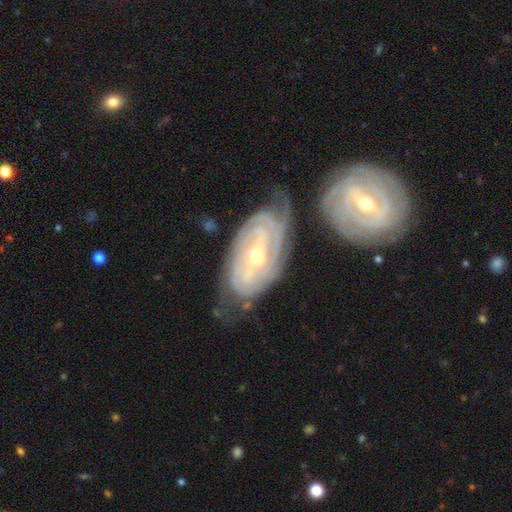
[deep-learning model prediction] Smooth or featured? Predicted: featured or disk (p=0.86). Edge-on disk? Predicted: no (p=0.94). Bar? Predicted: weak (p=0.40). Spiral arms? Predicted: yes (p=0.95). Spiral winding? Predicted: tight (p=0.78). Spiral arm count? Predicted: can't tell (p=0.40). Bulge size? Predicted: moderate (p=0.49). Merging? Predicted: none (p=0.48).